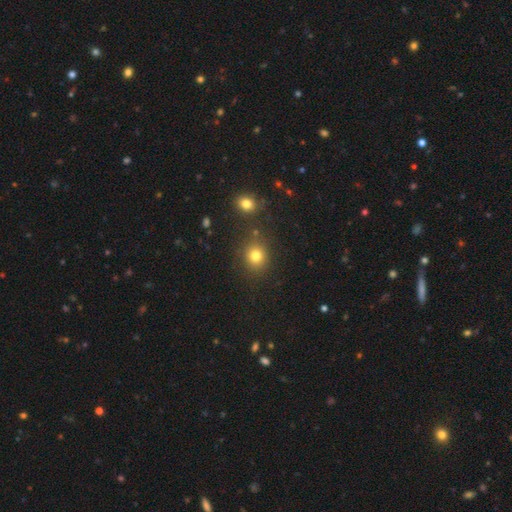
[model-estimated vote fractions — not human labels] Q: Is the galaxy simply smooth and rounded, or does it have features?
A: smooth — 78%.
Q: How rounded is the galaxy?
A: round — 80%.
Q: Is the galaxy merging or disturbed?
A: none — 80%.